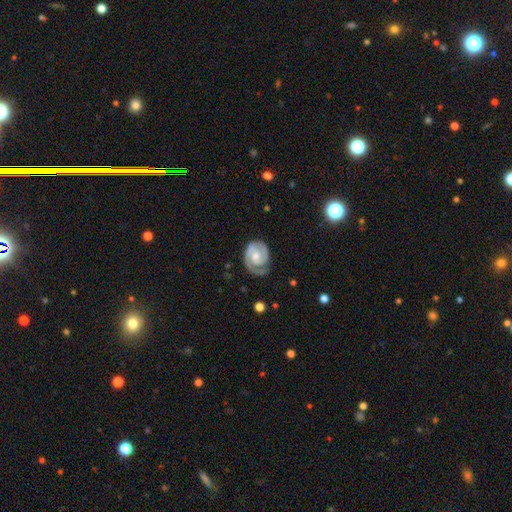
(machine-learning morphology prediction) Smooth or featured? Predicted: featured or disk (p=0.88). Edge-on disk? Predicted: no (p=0.98). Bar? Predicted: no (p=0.53). Spiral arms? Predicted: yes (p=0.97). Spiral winding? Predicted: tight (p=0.64). Spiral arm count? Predicted: 2 (p=0.77). Bulge size? Predicted: moderate (p=0.53). Merging? Predicted: none (p=0.70).